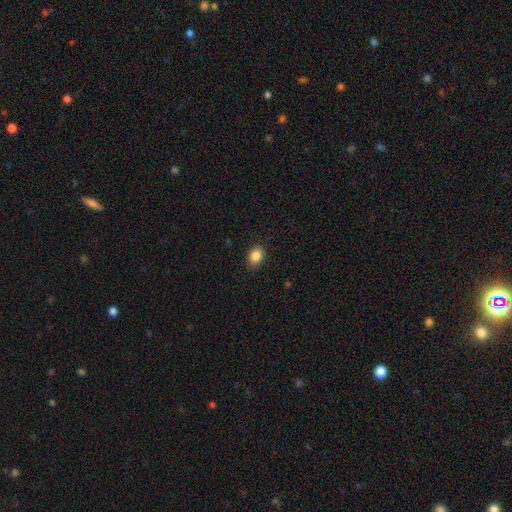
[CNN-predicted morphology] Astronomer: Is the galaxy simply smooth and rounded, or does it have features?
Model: smooth — 86%.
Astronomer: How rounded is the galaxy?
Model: in between — 71%.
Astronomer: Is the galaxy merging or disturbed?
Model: none — 87%.